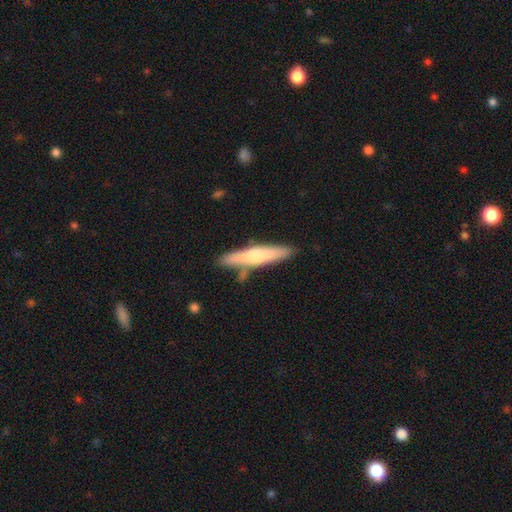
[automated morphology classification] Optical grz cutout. It shows a smooth galaxy with no disk features (57%) that is cigar-shaped (87%). Merging: none (80%).